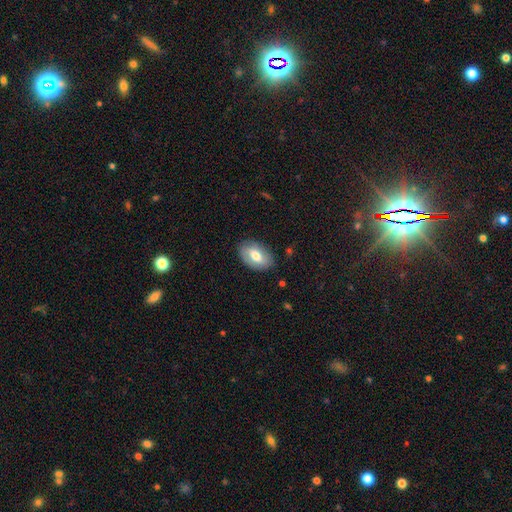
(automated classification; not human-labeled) smooth-or-featured: smooth: 59% | featured or disk: 35% | star or artifact: 6%
  how-rounded: in between: 90% | round: 8% | cigar-shaped: 2%
  merging: none: 81% | minor disturbance: 14% | major disturbance: 4% | merger: 1%